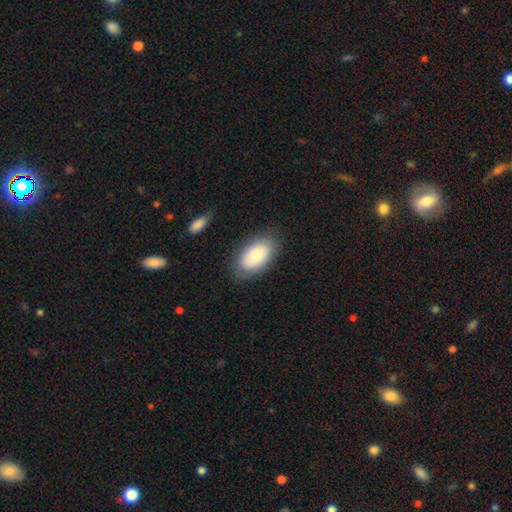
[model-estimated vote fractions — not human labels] Morphology: type=smooth (82%); roundness=in between (94%); merging=none (81%).